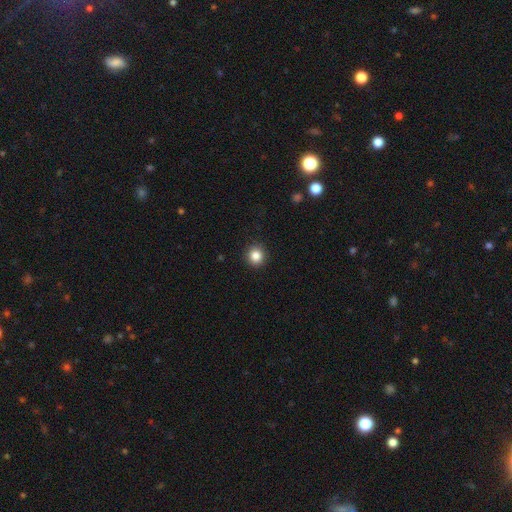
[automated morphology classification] This is clearly a smooth galaxy (85%). How rounded: clearly round (91%). Merging: clearly none (91%).